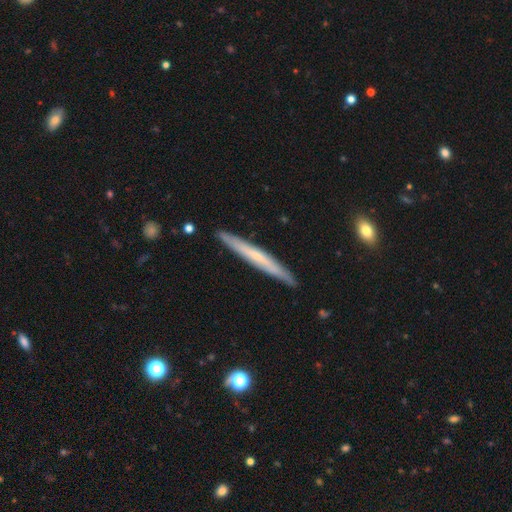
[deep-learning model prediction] featured or disk 54%, smooth 40%, star or artifact 5%. Down the decision tree: edge-on disk — yes (94%); edge-on bulge — none (65%); merging — none (90%).